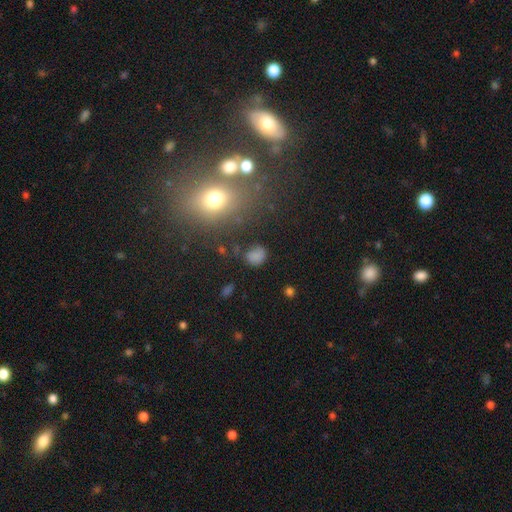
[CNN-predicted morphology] A smooth galaxy with no disk features (73%) that is round (56%).

Vote fractions:
- Smooth or featured? smooth: 73% / star or artifact: 18% / featured or disk: 9%
- How rounded? round: 56% / in between: 42% / cigar-shaped: 2%
- Merging? none: 63% / minor disturbance: 21% / major disturbance: 10% / merger: 5%